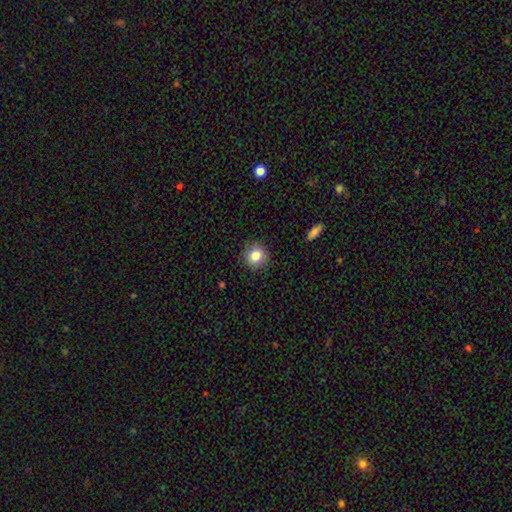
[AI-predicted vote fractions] A smooth galaxy with no disk features (83%) that is round (90%).

Vote fractions:
- Smooth or featured? smooth: 83% / star or artifact: 10% / featured or disk: 7%
- How rounded? round: 90% / in between: 9% / cigar-shaped: 1%
- Merging? none: 89% / minor disturbance: 7% / major disturbance: 2% / merger: 1%